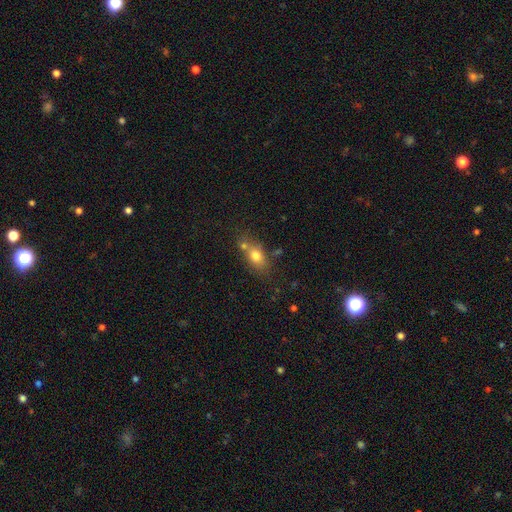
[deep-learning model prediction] This appears to be a smooth galaxy with no disk features (74%) that is in between round and cigar-shaped (69%). Merging: none (54%).